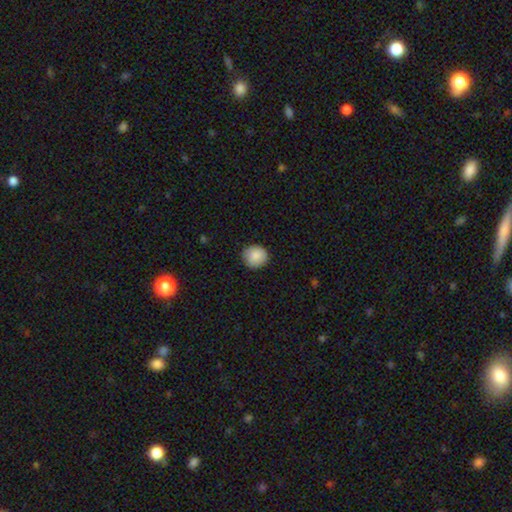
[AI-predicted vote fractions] A smooth galaxy with no disk features (87%) that is round (91%). Merging: none (85%).